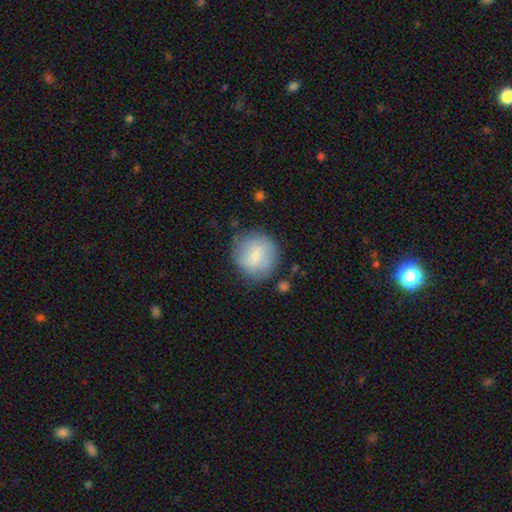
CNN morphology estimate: Smooth or featured?
  - smooth: 69% *
  - featured or disk: 24%
  - star or artifact: 7%
How rounded?
  - round: 90% *
  - in between: 9%
  - cigar-shaped: 1%
Merging?
  - none: 74% *
  - minor disturbance: 18%
  - major disturbance: 6%
  - merger: 3%